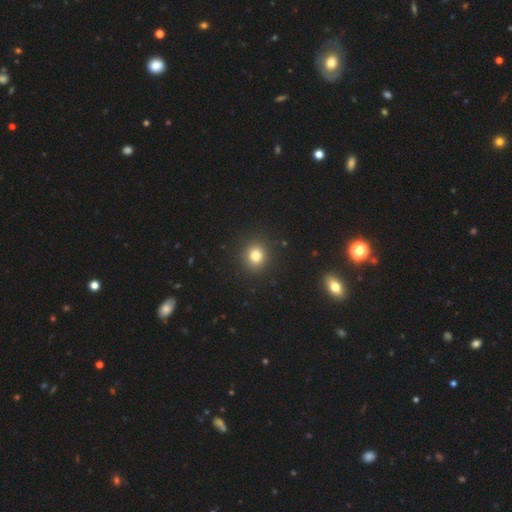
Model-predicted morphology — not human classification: Smooth or featured: smooth — 79% (star or artifact — 14%)
How rounded: round — 84% (in between — 15%)
Merging: none — 91% (minor disturbance — 6%)